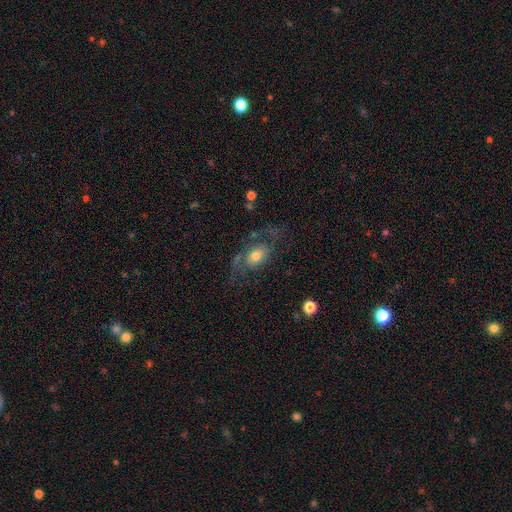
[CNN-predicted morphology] Smooth or featured: featured or disk — 56% (smooth — 35%)
Edge-on disk: no — 92% (yes — 8%)
Bar: no — 77% (weak — 19%)
Spiral arms: yes — 69% (no — 31%)
Bulge size: moderate — 61% (small — 22%)
Merging: none — 51% (major disturbance — 26%)